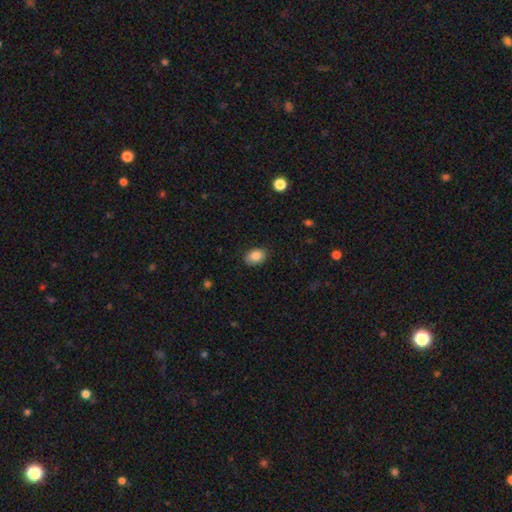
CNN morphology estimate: A smooth galaxy with no disk features (86%) that is in between round and cigar-shaped (80%).

Vote fractions:
- Smooth or featured? smooth: 86% / star or artifact: 8% / featured or disk: 6%
- How rounded? in between: 80% / round: 19% / cigar-shaped: 1%
- Merging? none: 84% / minor disturbance: 12% / major disturbance: 3% / merger: 1%